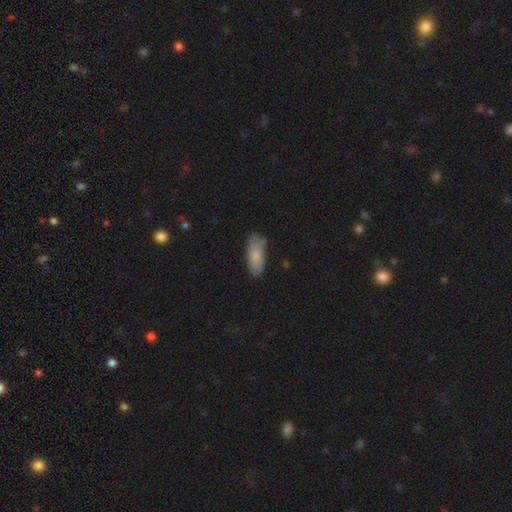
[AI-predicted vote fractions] smooth-or-featured: smooth: 82% | featured or disk: 12% | star or artifact: 6%
  how-rounded: in between: 79% | cigar-shaped: 19% | round: 2%
  merging: none: 71% | minor disturbance: 23% | major disturbance: 5% | merger: 2%